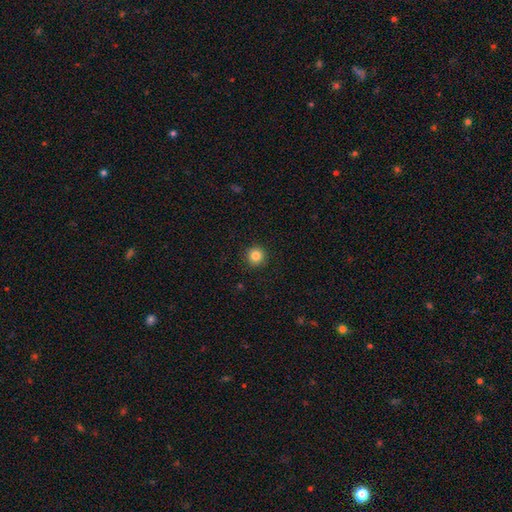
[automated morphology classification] A smooth galaxy with no disk features (84%) that is round (95%). Merging: none (92%).